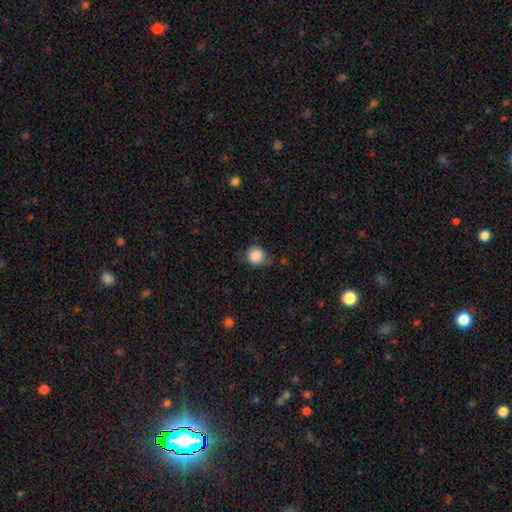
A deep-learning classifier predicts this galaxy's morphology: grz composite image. It shows a smooth galaxy with no disk features (87%) that is round (87%). Merging: none (64%).